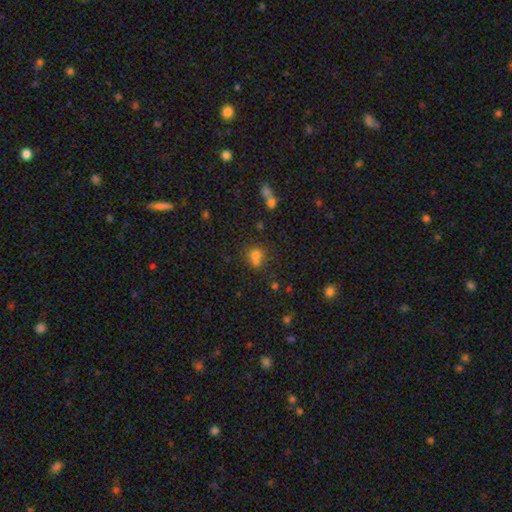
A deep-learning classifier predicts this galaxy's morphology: smooth-or-featured: smooth: 72% | star or artifact: 17% | featured or disk: 11%
  how-rounded: round: 72% | in between: 27% | cigar-shaped: 1%
  merging: none: 46% | merger: 32% | minor disturbance: 15% | major disturbance: 7%